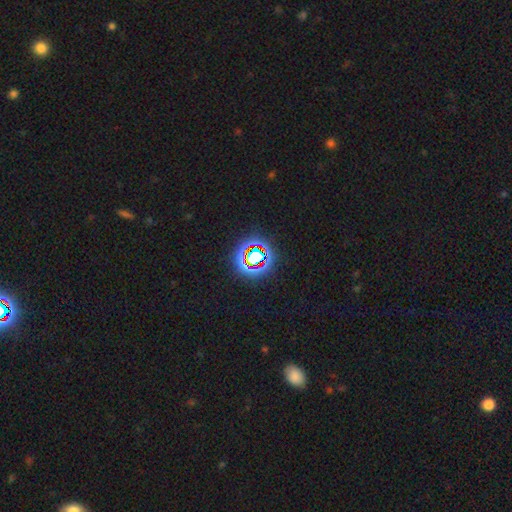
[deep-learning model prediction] Smooth or featured? star or artifact (68%)